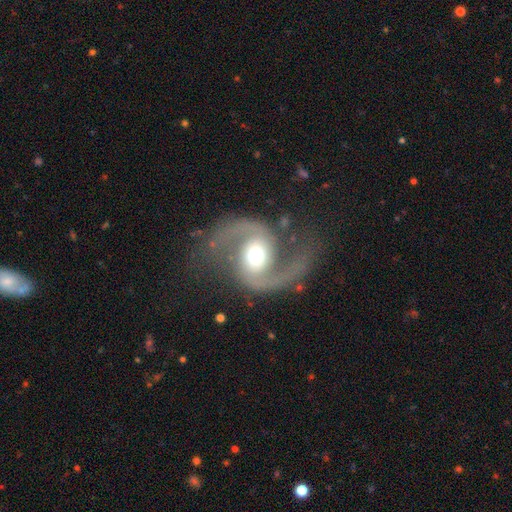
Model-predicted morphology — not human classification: smooth_or_featured: featured or disk (p=0.92) [alt: star or artifact p=0.04]
disk_edge_on: no (p=0.98) [alt: yes p=0.02]
bar: no (p=0.53) [alt: weak p=0.31]
has_spiral_arms: yes (p=0.98) [alt: no p=0.02]
spiral_winding: medium (p=0.52) [alt: loose p=0.38]
spiral_arm_count: 2 (p=0.94) [alt: 1 p=0.01]
bulge_size: moderate (p=0.64) [alt: large p=0.24]
merging: none (p=0.75) [alt: minor disturbance p=0.12]